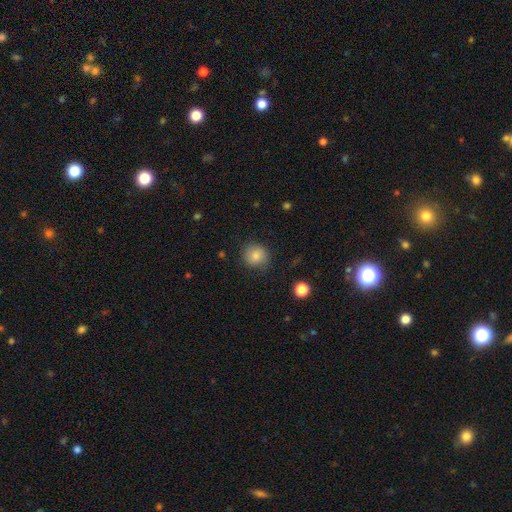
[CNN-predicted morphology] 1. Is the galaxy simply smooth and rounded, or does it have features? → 83% smooth, 9% star or artifact, 8% featured or disk.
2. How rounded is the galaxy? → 89% round, 10% in between, 1% cigar-shaped.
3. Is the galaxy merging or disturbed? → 83% none, 13% minor disturbance, 4% major disturbance, 1% merger.